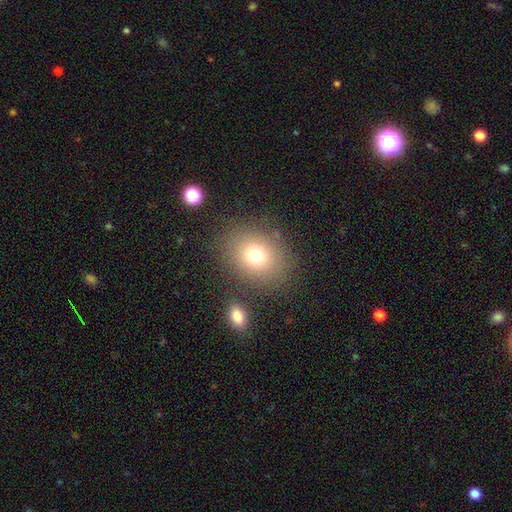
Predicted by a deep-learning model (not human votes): A smooth galaxy with no disk features (74%) that is round (53%). Merging: none (79%).